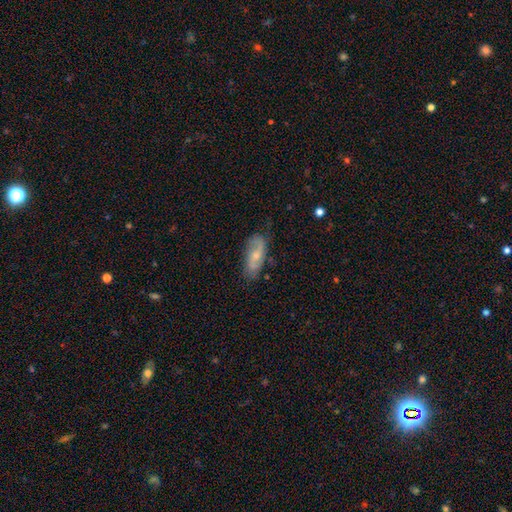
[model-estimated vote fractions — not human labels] The model was most divided on "bulge size": small: 47%, moderate: 44%, none: 5%, large: 3%, dominant: 1%. More confident: edge-on disk — no (89%); spiral arms — yes (87%); merging — none (74%); smooth or featured — featured or disk (59%); bar — no (55%).